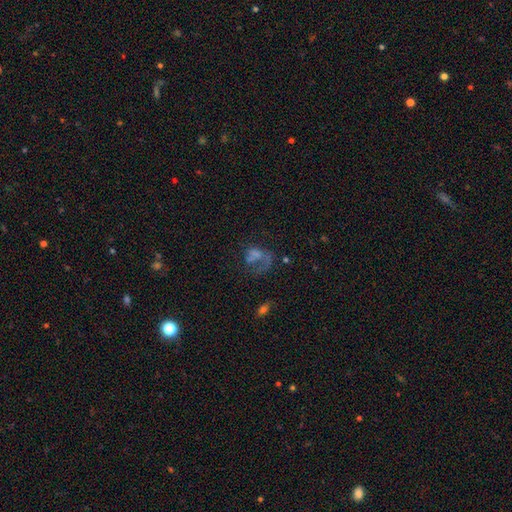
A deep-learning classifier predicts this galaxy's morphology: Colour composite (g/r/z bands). It shows a featured or disk galaxy (46%). Merging: major disturbance (48%).